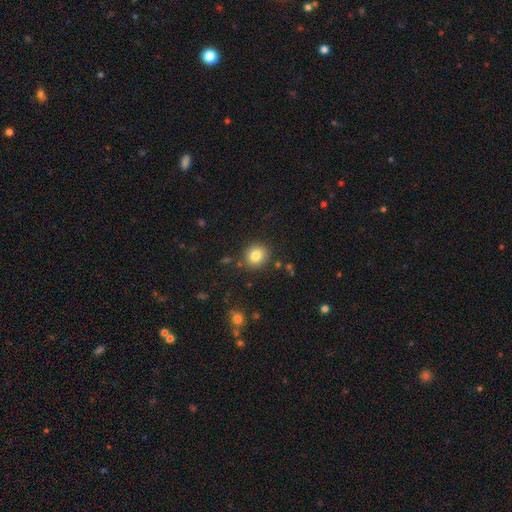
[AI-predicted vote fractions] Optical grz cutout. It shows a smooth galaxy with no disk features (82%) that is round (80%). Merging: none (86%).